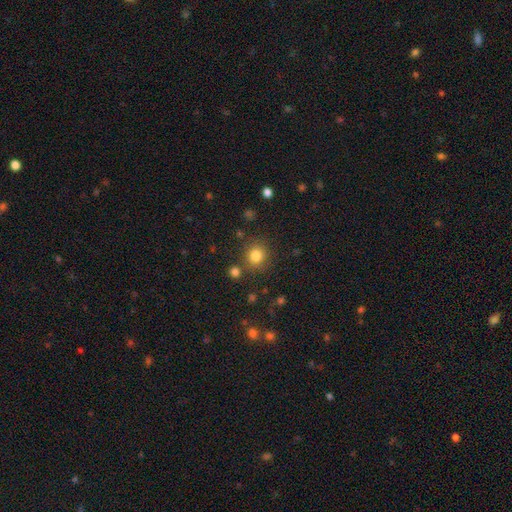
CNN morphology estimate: A smooth galaxy with no disk features (82%) that is round (88%). Merging: none (81%).